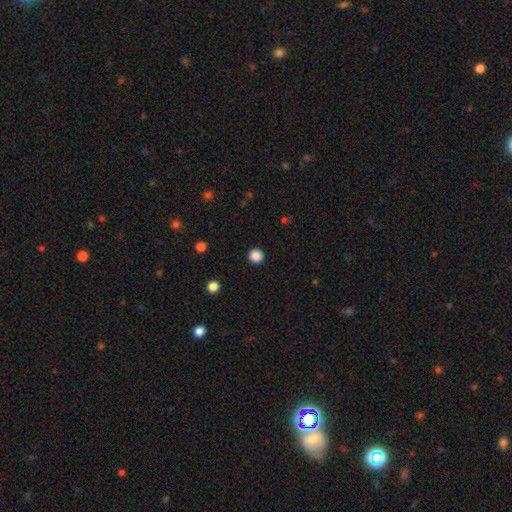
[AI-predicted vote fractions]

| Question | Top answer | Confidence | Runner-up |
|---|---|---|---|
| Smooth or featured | smooth | 87% | star or artifact (11%) |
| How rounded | round | 93% | in between (6%) |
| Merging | none | 92% | minor disturbance (5%) |